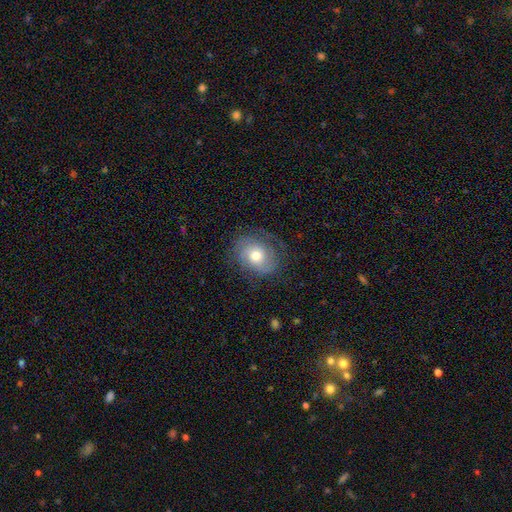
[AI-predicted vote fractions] Smooth or featured? Predicted: featured or disk (p=0.47). Merging? Predicted: none (p=0.69).